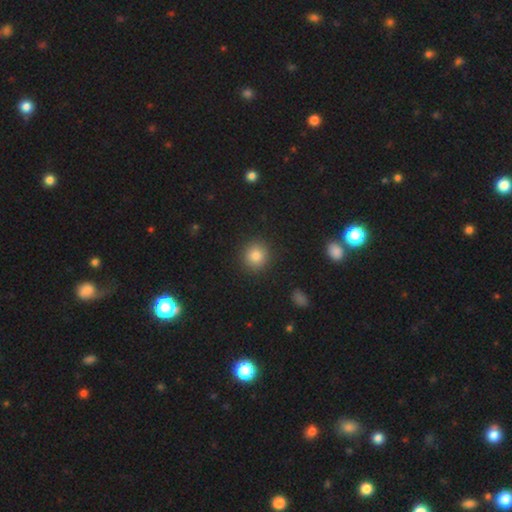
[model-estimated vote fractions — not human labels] Smooth or featured?
  - smooth: 84% *
  - star or artifact: 11%
  - featured or disk: 5%
How rounded?
  - round: 91% *
  - in between: 8%
  - cigar-shaped: 1%
Merging?
  - none: 91% *
  - minor disturbance: 6%
  - major disturbance: 2%
  - merger: 1%